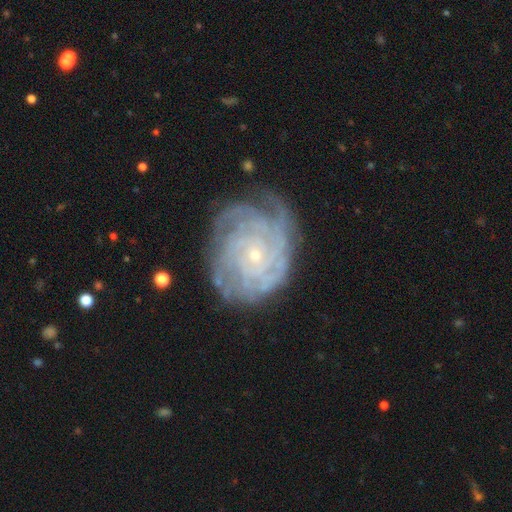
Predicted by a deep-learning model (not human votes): A featured or disk galaxy (87%) with no bar (77%), tight (79%) spiral arms (97%) and a small central bulge (84%).

Vote fractions:
- Smooth or featured? featured or disk: 87% / smooth: 7% / star or artifact: 6%
- Edge-on disk? no: 97% / yes: 3%
- Bar? no: 77% / weak: 19% / strong: 5%
- Spiral arms? yes: 97% / no: 3%
- Spiral winding? tight: 79% / medium: 18% / loose: 4%
- Spiral arm count? can't tell: 27% / 4: 26% / more than 4: 19% / 3: 12% / 2: 9% / 1: 7%
- Bulge size? small: 84% / moderate: 12% / none: 2% / large: 1% / dominant: 1%
- Merging? none: 69% / minor disturbance: 20% / major disturbance: 9% / merger: 2%